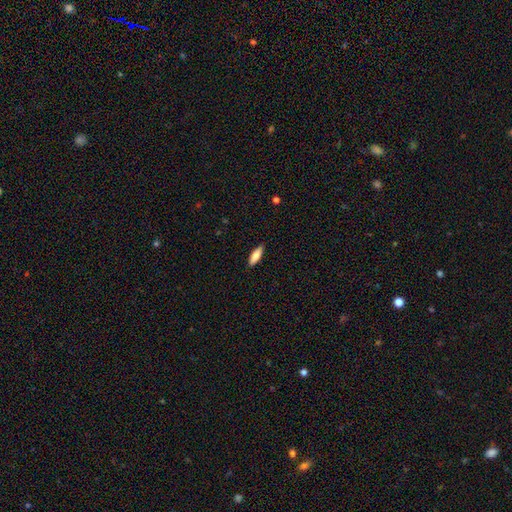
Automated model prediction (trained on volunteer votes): This appears to be a smooth galaxy with no disk features (78%) that is cigar-shaped (51%). Merging: none (89%).